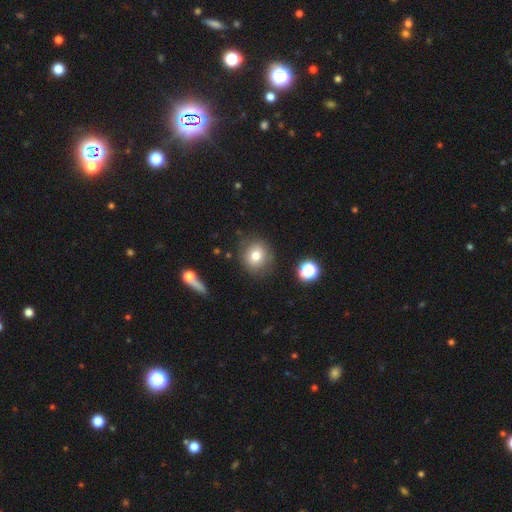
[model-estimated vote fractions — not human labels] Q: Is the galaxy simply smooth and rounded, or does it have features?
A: smooth — 77%.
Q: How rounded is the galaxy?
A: round — 81%.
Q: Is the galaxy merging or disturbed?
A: none — 82%.